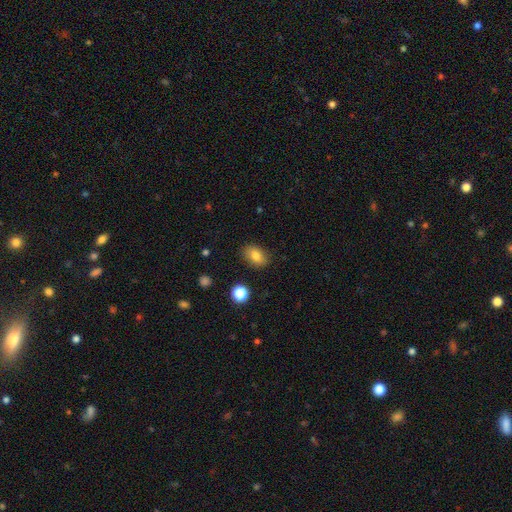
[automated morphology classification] smooth-or-featured: smooth: 81% | star or artifact: 10% | featured or disk: 9%
  how-rounded: in between: 81% | round: 17% | cigar-shaped: 2%
  merging: none: 85% | minor disturbance: 10% | major disturbance: 3% | merger: 2%